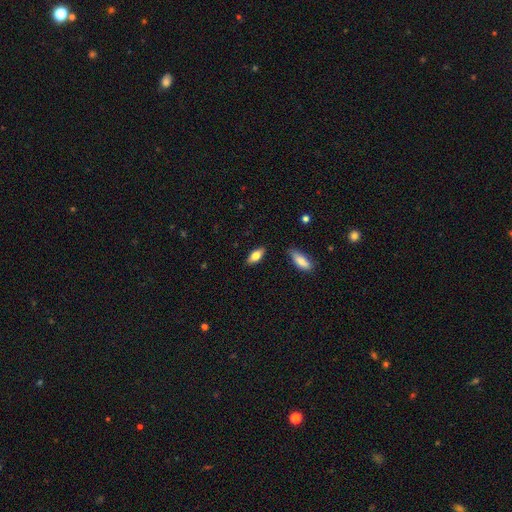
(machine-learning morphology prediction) Q: Smooth or featured?
A: smooth (69%); runner-up: featured or disk (25%)
Q: How rounded?
A: in between (77%); runner-up: cigar-shaped (20%)
Q: Merging?
A: none (84%); runner-up: minor disturbance (11%)